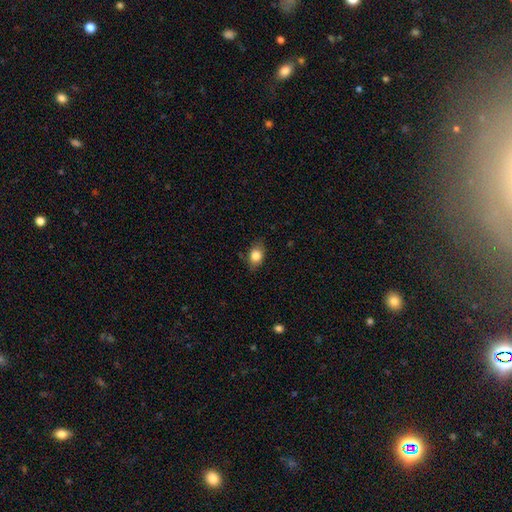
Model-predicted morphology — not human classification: smooth-or-featured: smooth: 83% | featured or disk: 9% | star or artifact: 8%
  how-rounded: in between: 73% | round: 25% | cigar-shaped: 2%
  merging: none: 78% | minor disturbance: 17% | major disturbance: 4% | merger: 1%